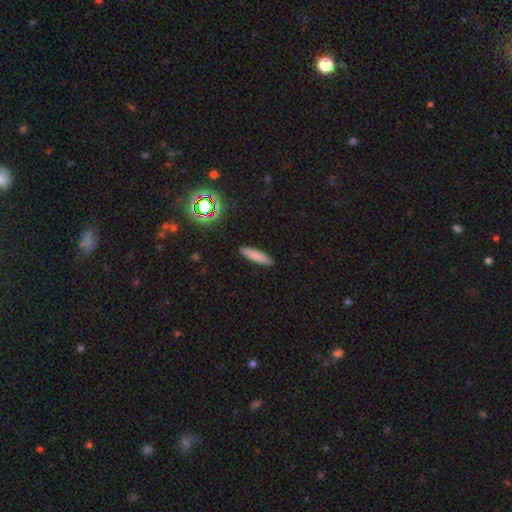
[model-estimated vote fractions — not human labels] A smooth galaxy with no disk features (80%) that is cigar-shaped (76%).

Vote fractions:
- Smooth or featured? smooth: 80% / featured or disk: 10% / star or artifact: 9%
- How rounded? cigar-shaped: 76% / in between: 23% / round: 2%
- Merging? none: 89% / minor disturbance: 8% / major disturbance: 2% / merger: 1%